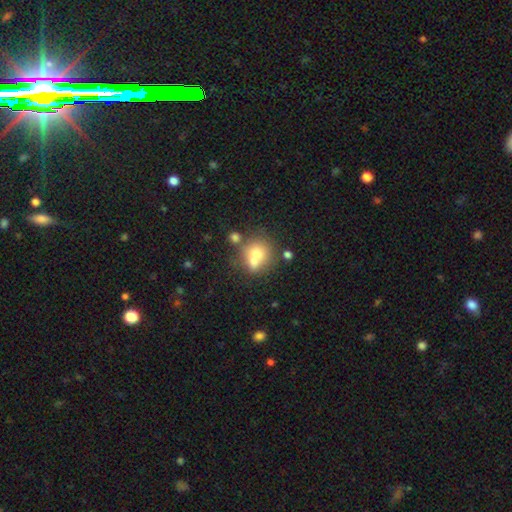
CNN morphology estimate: smooth-or-featured: smooth: 67% | featured or disk: 21% | star or artifact: 12%
  how-rounded: round: 71% | in between: 28% | cigar-shaped: 1%
  merging: merger: 46% | none: 36% | minor disturbance: 11% | major disturbance: 7%